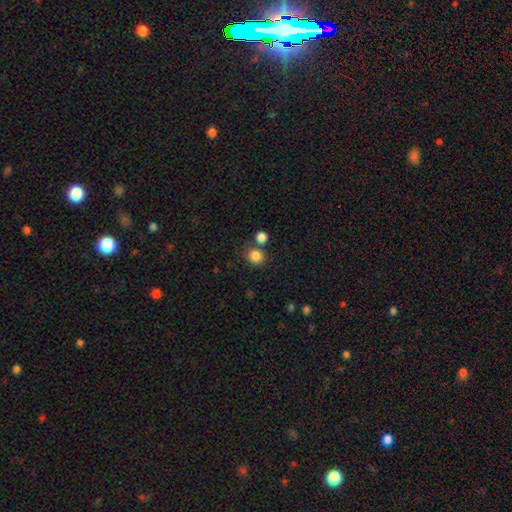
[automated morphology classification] smooth-or-featured: smooth: 85% | star or artifact: 11% | featured or disk: 4%
  how-rounded: round: 83% | in between: 16% | cigar-shaped: 1%
  merging: none: 72% | merger: 16% | minor disturbance: 9% | major disturbance: 3%